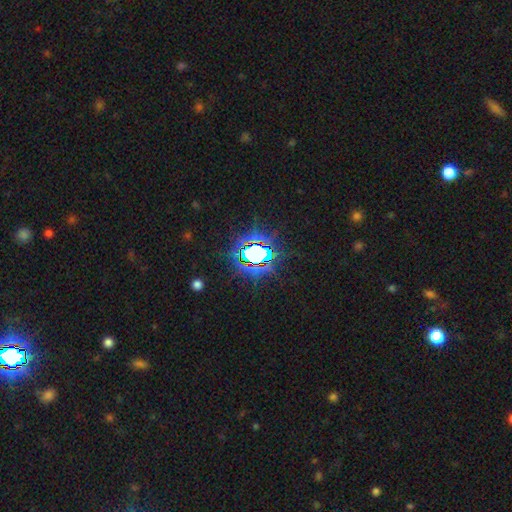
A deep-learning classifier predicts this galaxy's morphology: Smooth or featured?
  - star or artifact: 74% *
  - smooth: 15%
  - featured or disk: 11%